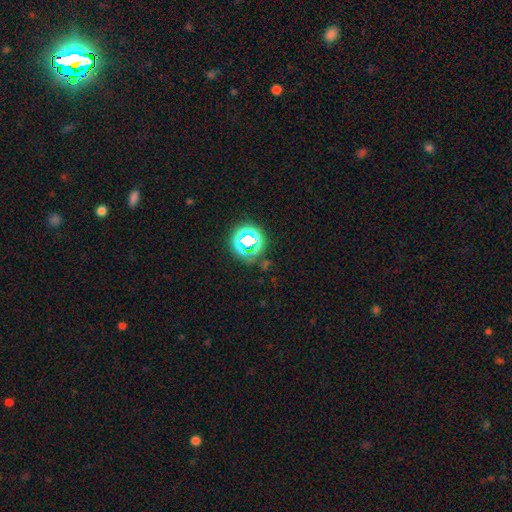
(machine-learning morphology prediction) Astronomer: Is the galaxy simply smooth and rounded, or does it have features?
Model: star or artifact — 67%.